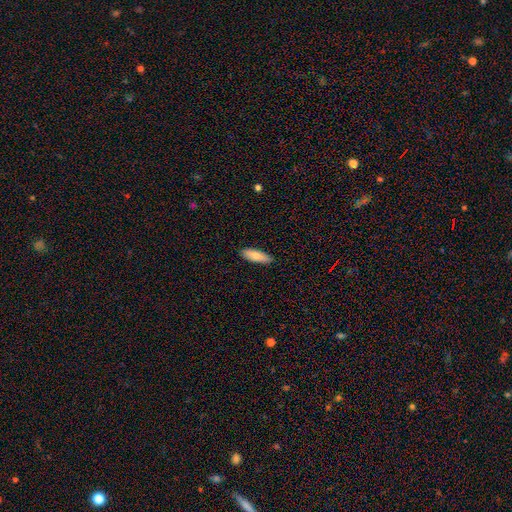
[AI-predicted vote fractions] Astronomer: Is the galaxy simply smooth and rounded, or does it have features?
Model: smooth — 81%.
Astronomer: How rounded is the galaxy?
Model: in between — 56% (runner-up: cigar-shaped, 42%).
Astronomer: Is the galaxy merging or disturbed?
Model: none — 88%.